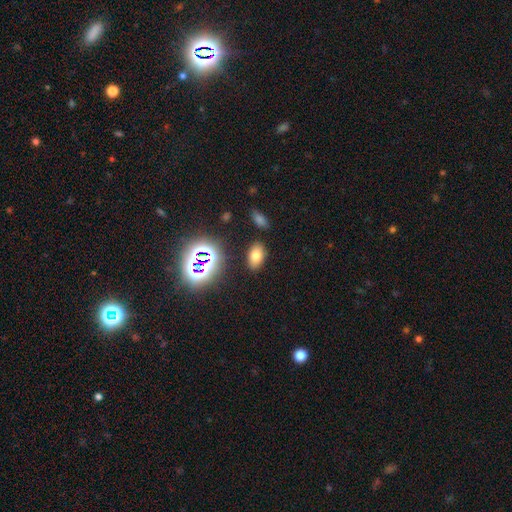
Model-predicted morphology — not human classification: The model was most divided on "smooth or featured": smooth: 70%, star or artifact: 20%, featured or disk: 10%. More confident: how rounded — in between (90%); merging — none (85%).